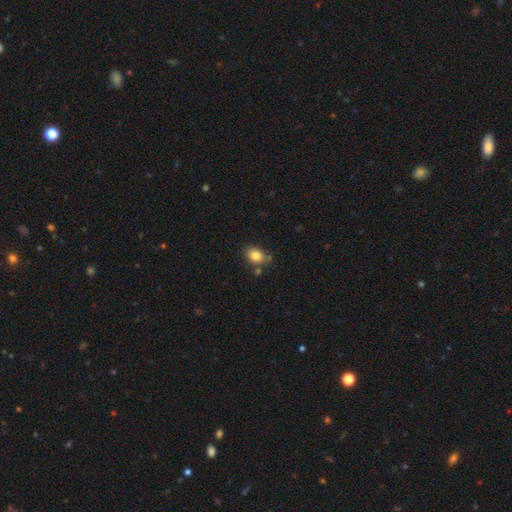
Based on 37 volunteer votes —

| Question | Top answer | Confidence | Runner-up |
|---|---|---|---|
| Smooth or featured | smooth | 81% | featured or disk (16%) |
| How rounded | round | 53% | in between (43%) |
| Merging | none | 47% | minor disturbance (22%) |